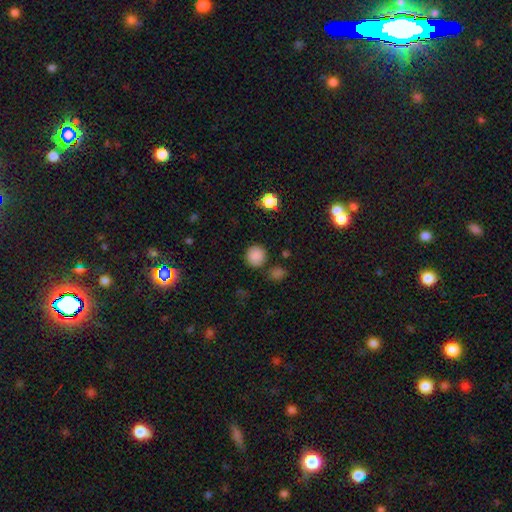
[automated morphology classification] Smooth or featured? Predicted: smooth (p=0.86). How rounded? Predicted: round (p=0.92). Merging? Predicted: none (p=0.85).